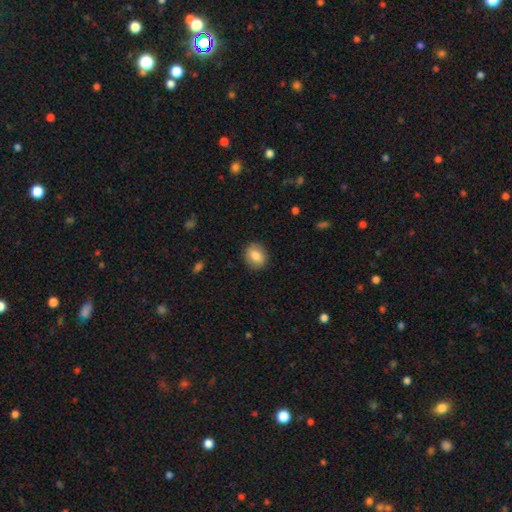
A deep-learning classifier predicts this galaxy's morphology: Overall: smooth (80%). How rounded: round (58%; in between 41%). Merging: none (88%).